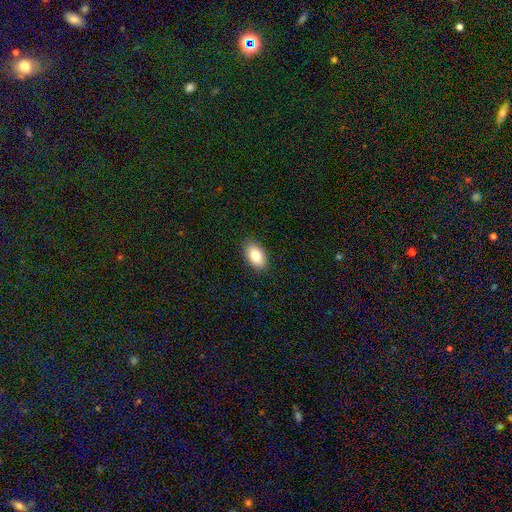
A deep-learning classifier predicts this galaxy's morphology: type=smooth (82%); roundness=in between (92%); merging=none (88%).